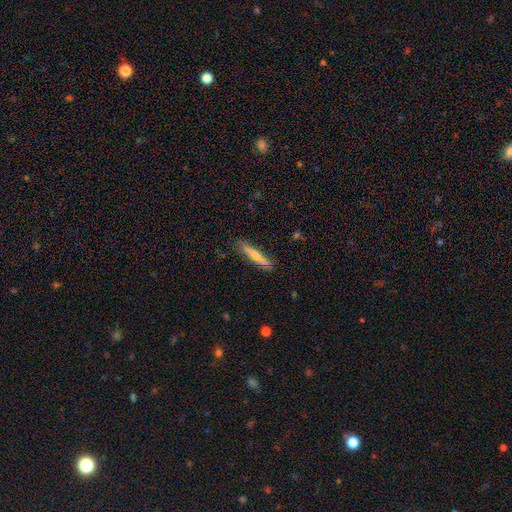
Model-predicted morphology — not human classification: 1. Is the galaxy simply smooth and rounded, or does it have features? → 61% smooth, 33% featured or disk, 6% star or artifact.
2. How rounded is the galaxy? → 89% cigar-shaped, 9% in between, 2% round.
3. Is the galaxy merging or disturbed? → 79% none, 15% minor disturbance, 3% major disturbance, 3% merger.